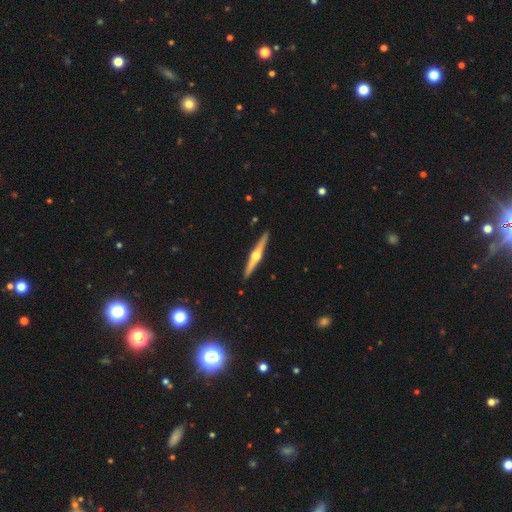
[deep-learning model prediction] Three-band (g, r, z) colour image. It shows a featured or disk galaxy (79%) viewed edge-on (98%) with a rounded central bulge (96%). Merging: none (92%).